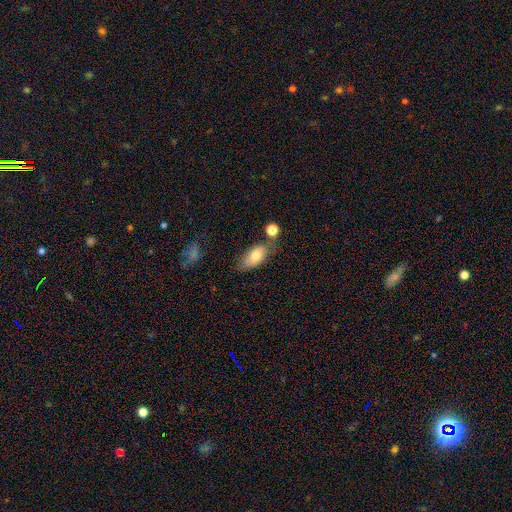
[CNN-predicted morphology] This appears to be a smooth galaxy with no disk features (73%) that is in between round and cigar-shaped (88%). Merging: none (57%).